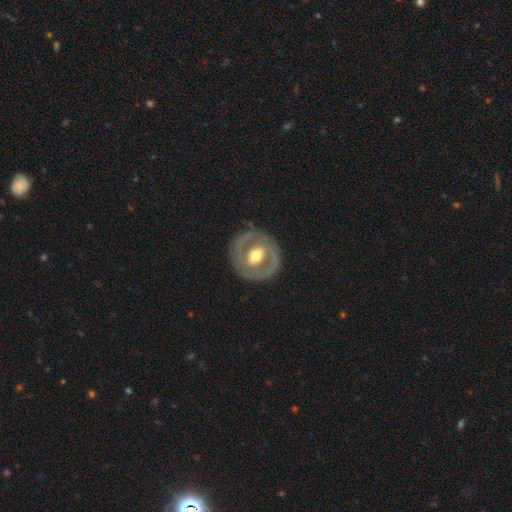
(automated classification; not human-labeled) Smooth or featured?
  - featured or disk: 72% *
  - smooth: 24%
  - star or artifact: 4%
Edge-on disk?
  - no: 96% *
  - yes: 4%
Bar?
  - no: 41% *
  - weak: 36%
  - strong: 23%
Spiral arms?
  - no: 51% *
  - yes: 49%
Bulge size?
  - moderate: 72% *
  - large: 15%
  - small: 10%
  - dominant: 1%
  - none: 1%
Merging?
  - none: 82% *
  - minor disturbance: 11%
  - major disturbance: 5%
  - merger: 1%